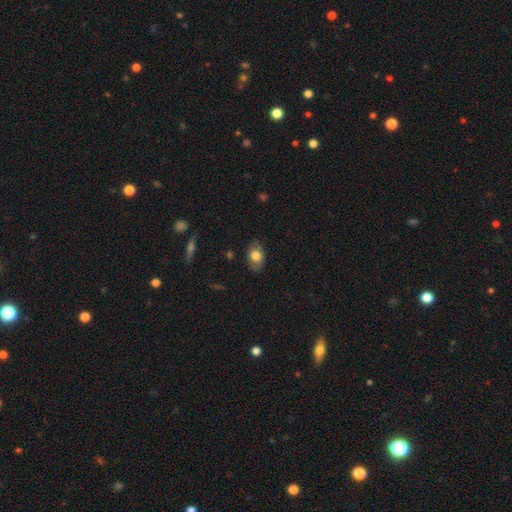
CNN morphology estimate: Smooth or featured? Predicted: smooth (p=0.72). How rounded? Predicted: in between (p=0.86). Merging? Predicted: none (p=0.83).